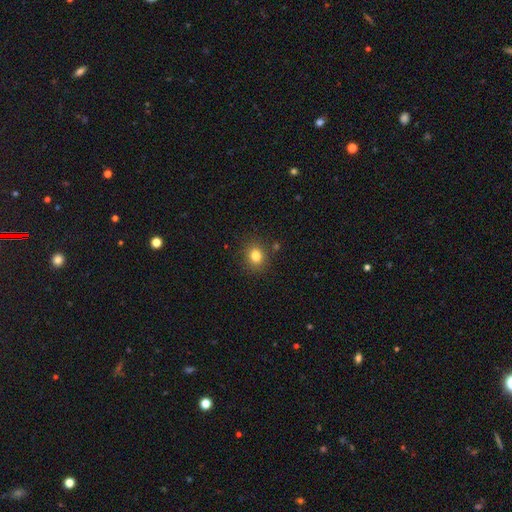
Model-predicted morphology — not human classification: Q: Smooth or featured?
A: smooth (81%); runner-up: star or artifact (12%)
Q: How rounded?
A: round (72%); runner-up: in between (28%)
Q: Merging?
A: none (85%); runner-up: minor disturbance (9%)